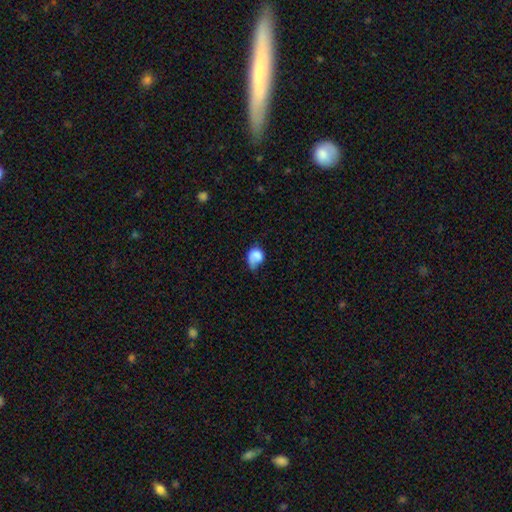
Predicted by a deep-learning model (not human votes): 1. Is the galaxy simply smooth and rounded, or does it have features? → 68% smooth, 24% featured or disk, 8% star or artifact.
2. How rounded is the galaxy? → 60% in between, 39% round, 1% cigar-shaped.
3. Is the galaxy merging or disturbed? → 35% major disturbance, 33% minor disturbance, 27% none, 5% merger.